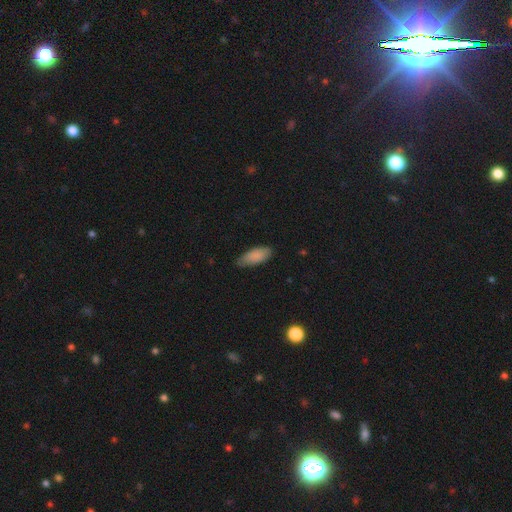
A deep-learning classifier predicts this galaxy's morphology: This is clearly a smooth galaxy (87%). How rounded: clearly in between (82%). Merging: likely none (76%).